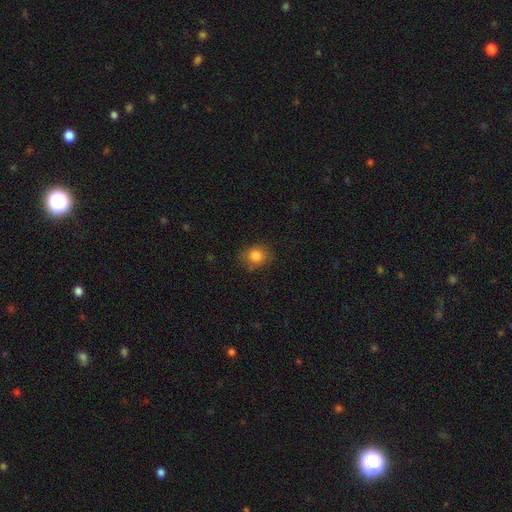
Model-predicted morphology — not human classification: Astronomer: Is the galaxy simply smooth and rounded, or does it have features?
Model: smooth — 83%.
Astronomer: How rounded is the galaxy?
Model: round — 69%.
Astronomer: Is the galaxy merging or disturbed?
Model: none — 77%.